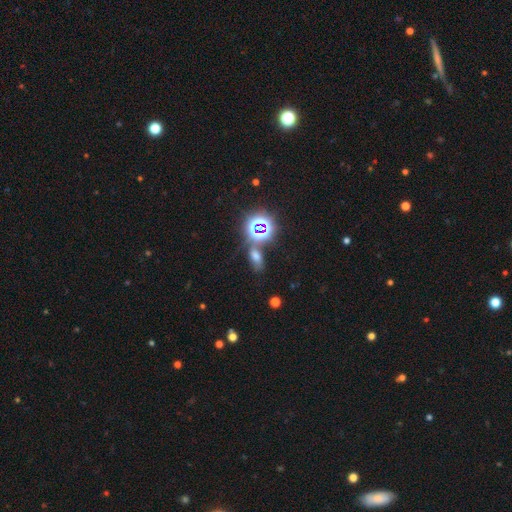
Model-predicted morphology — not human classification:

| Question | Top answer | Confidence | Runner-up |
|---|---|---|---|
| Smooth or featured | smooth | 49% | star or artifact (39%) |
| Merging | none | 61% | minor disturbance (17%) |